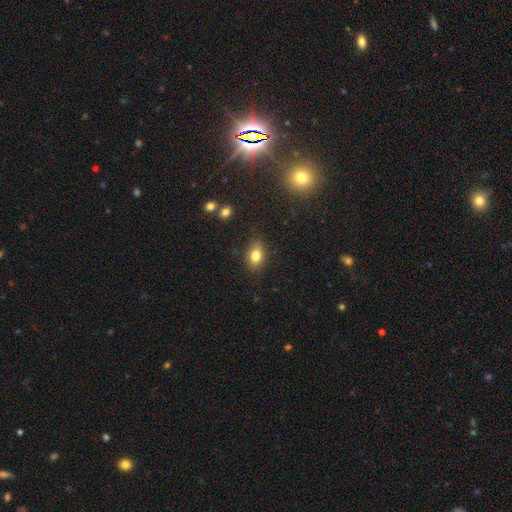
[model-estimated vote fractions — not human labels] Overall: smooth (81%). How rounded: in between (75%). Merging: none (79%).